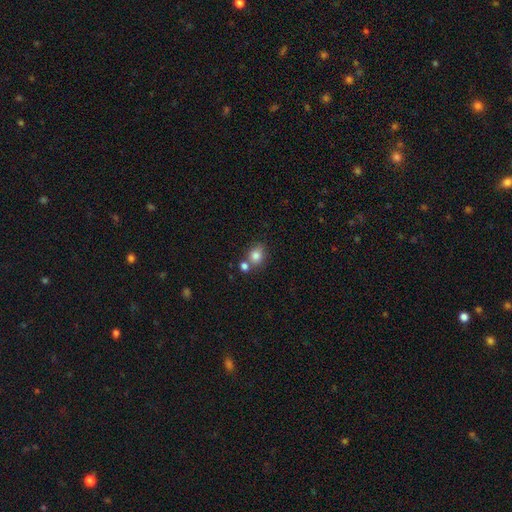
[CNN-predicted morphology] Q: Smooth or featured?
A: smooth (82%); runner-up: star or artifact (10%)
Q: How rounded?
A: round (63%); runner-up: in between (36%)
Q: Merging?
A: none (56%); runner-up: merger (27%)